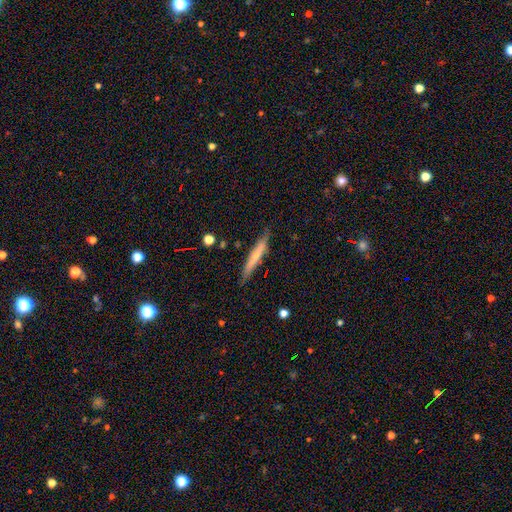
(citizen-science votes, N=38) Smooth or featured? 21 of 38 (55%) said smooth. How rounded? 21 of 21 (100%) said cigar-shaped. Merging? 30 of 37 (81%) said none.